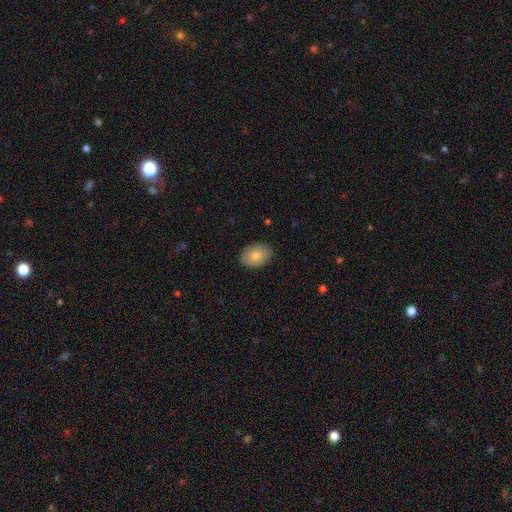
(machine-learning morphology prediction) Q: Smooth or featured?
A: smooth (77%); runner-up: featured or disk (16%)
Q: How rounded?
A: in between (78%); runner-up: round (21%)
Q: Merging?
A: none (87%); runner-up: minor disturbance (10%)